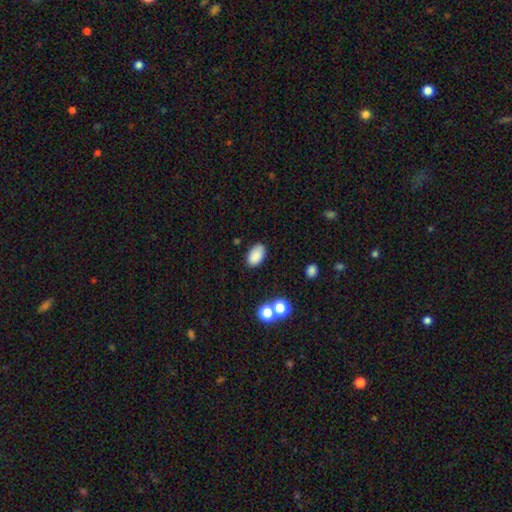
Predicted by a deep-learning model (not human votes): Smooth or featured: smooth — 87% (star or artifact — 9%)
How rounded: in between — 93% (round — 6%)
Merging: none — 84% (minor disturbance — 11%)